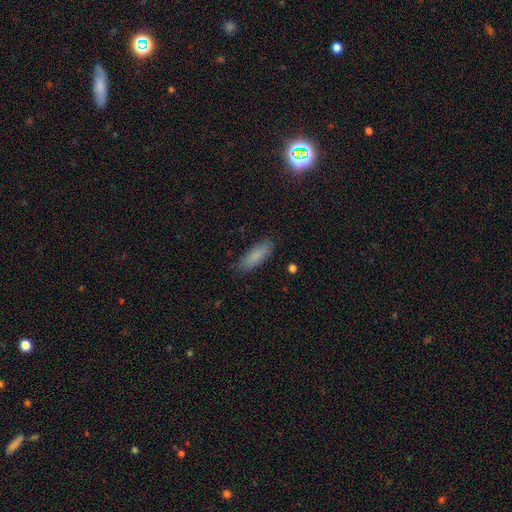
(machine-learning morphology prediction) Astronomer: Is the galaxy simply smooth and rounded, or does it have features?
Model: smooth — 85%.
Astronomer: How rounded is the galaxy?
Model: in between — 58% (runner-up: cigar-shaped, 40%).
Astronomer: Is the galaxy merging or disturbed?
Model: none — 84%.